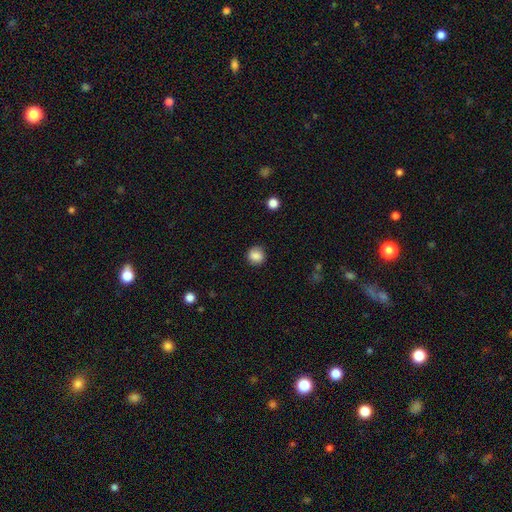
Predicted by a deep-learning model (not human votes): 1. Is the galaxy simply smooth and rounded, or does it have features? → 86% smooth, 9% star or artifact, 4% featured or disk.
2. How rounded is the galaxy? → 87% round, 12% in between, 1% cigar-shaped.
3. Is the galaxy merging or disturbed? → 88% none, 9% minor disturbance, 3% major disturbance, 1% merger.